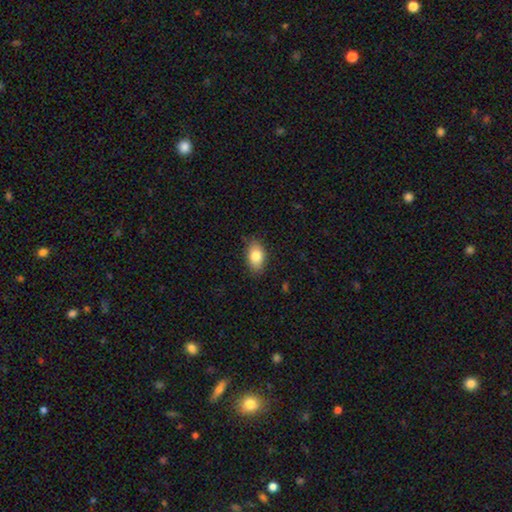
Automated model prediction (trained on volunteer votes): A smooth galaxy with no disk features (81%) that is in between round and cigar-shaped (90%).

Vote fractions:
- Smooth or featured? smooth: 81% / featured or disk: 12% / star or artifact: 7%
- How rounded? in between: 90% / round: 8% / cigar-shaped: 2%
- Merging? none: 83% / minor disturbance: 14% / major disturbance: 3% / merger: 1%